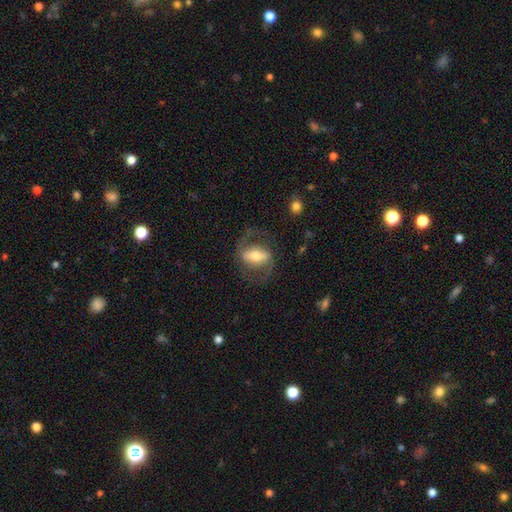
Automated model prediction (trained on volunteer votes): Smooth or featured? Predicted: featured or disk (p=0.72). Edge-on disk? Predicted: no (p=0.91). Bar? Predicted: strong (p=0.60). Spiral arms? Predicted: yes (p=0.82). Spiral winding? Predicted: medium (p=0.49). Spiral arm count? Predicted: 2 (p=0.88). Bulge size? Predicted: moderate (p=0.54). Merging? Predicted: none (p=0.68).